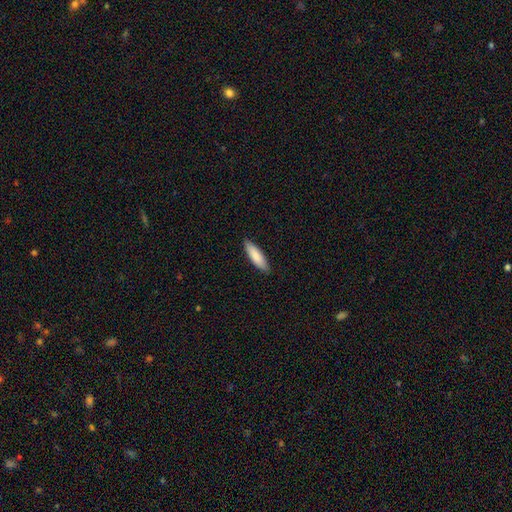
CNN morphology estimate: Overall: smooth (86%). How rounded: cigar-shaped (58%; in between 40%). Merging: none (88%).